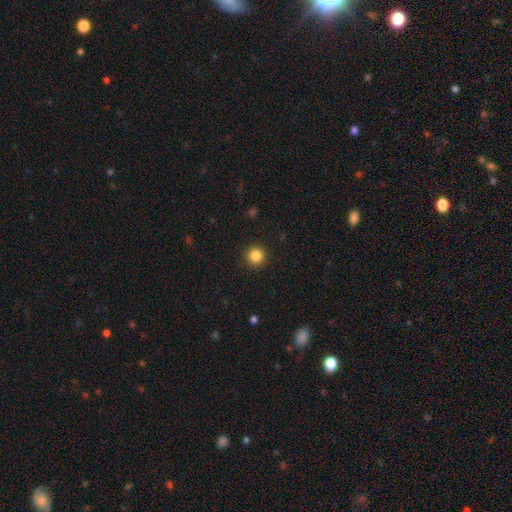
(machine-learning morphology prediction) The model was most divided on "smooth or featured": smooth: 84%, star or artifact: 11%, featured or disk: 4%. More confident: how rounded — round (95%); merging — none (92%).